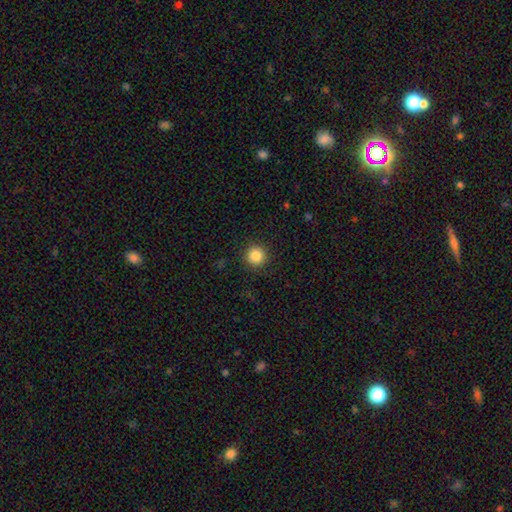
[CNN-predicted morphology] Smooth or featured? smooth (86%)
How rounded? round (95%)
Merging? none (92%)